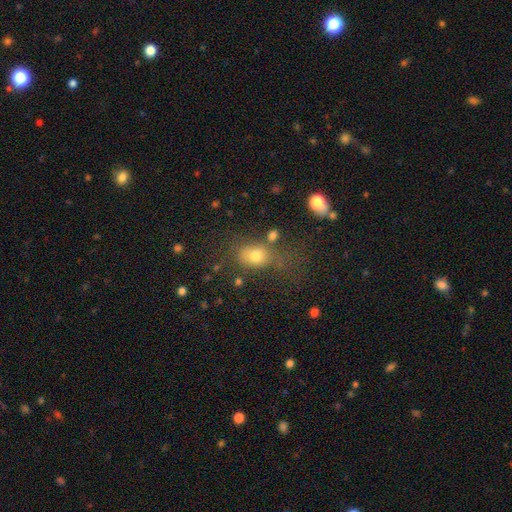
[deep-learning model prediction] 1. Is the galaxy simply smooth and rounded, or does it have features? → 73% smooth, 15% star or artifact, 12% featured or disk.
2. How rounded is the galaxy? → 60% in between, 38% round, 2% cigar-shaped.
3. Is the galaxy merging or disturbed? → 53% none, 21% minor disturbance, 16% major disturbance, 10% merger.